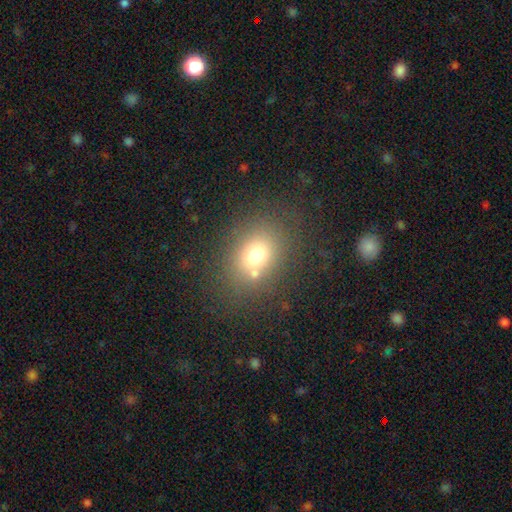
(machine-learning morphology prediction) A smooth galaxy with no disk features (70%) that is round (51%).

Vote fractions:
- Smooth or featured? smooth: 70% / star or artifact: 17% / featured or disk: 13%
- How rounded? round: 51% / in between: 48% / cigar-shaped: 1%
- Merging? none: 72% / minor disturbance: 12% / merger: 11% / major disturbance: 6%